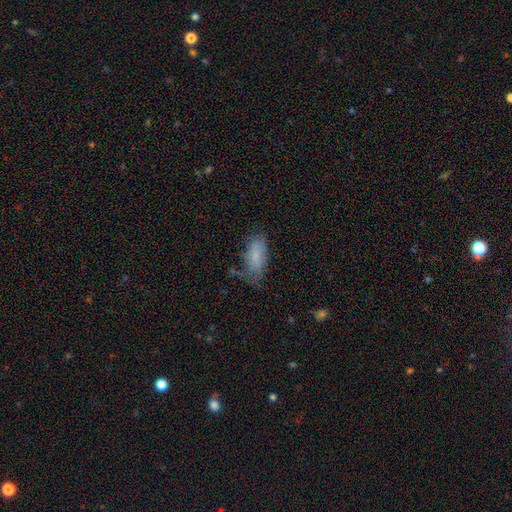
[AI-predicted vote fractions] smooth-or-featured: smooth: 73% | featured or disk: 19% | star or artifact: 8%
  how-rounded: in between: 84% | cigar-shaped: 13% | round: 3%
  merging: none: 52% | minor disturbance: 31% | major disturbance: 13% | merger: 3%